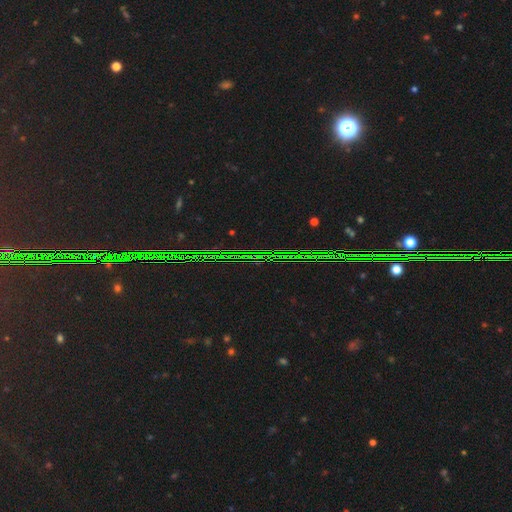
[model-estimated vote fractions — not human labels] Morphology: type=star or artifact (88%).